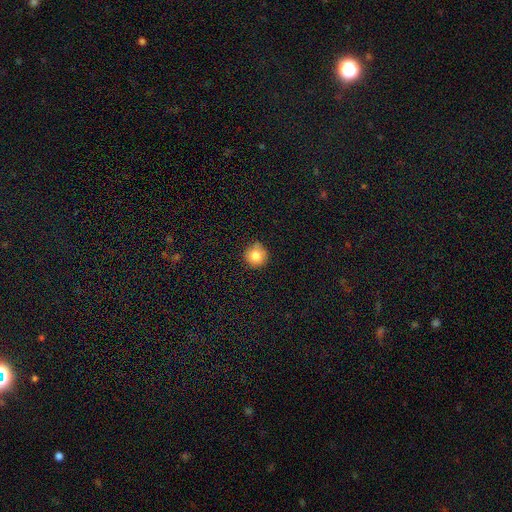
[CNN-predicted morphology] The model was most divided on "merging": none: 81%, minor disturbance: 15%, major disturbance: 2%, merger: 2%. More confident: how rounded — round (95%); smooth or featured — smooth (82%).